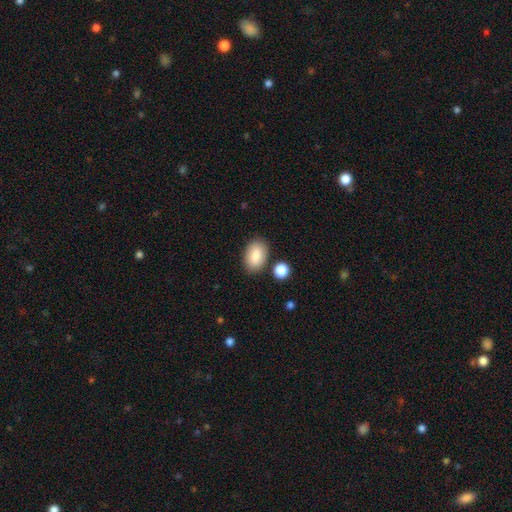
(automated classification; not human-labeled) A smooth galaxy with no disk features (86%) that is in between round and cigar-shaped (90%).

Vote fractions:
- Smooth or featured? smooth: 86% / featured or disk: 8% / star or artifact: 7%
- How rounded? in between: 90% / round: 9% / cigar-shaped: 1%
- Merging? none: 81% / minor disturbance: 11% / merger: 6% / major disturbance: 3%